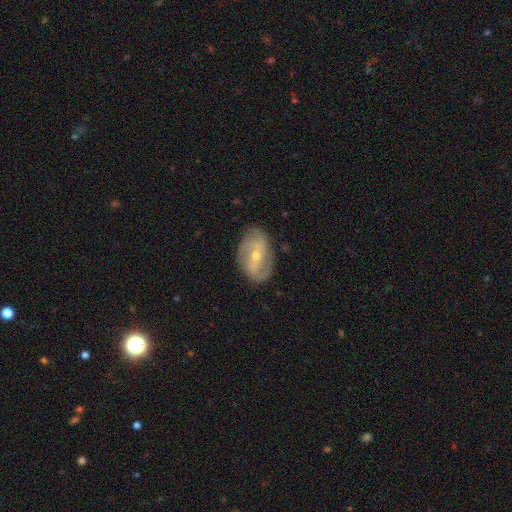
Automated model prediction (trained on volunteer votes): smooth-or-featured: featured or disk: 77% | smooth: 16% | star or artifact: 7%
  disk-edge-on: no: 95% | yes: 5%
    bar: weak: 41% | no: 31% | strong: 28%
    has-spiral-arms: yes: 88% | no: 12%
      spiral-winding: medium: 41% | tight: 36% | loose: 22%
      spiral-arm-count: 2: 64% | can't tell: 19% | 3: 9% | 1: 3% | 4: 3% | more than 4: 2%
    bulge-size: small: 56% | moderate: 41% | large: 1% | none: 1% | dominant: 1%
  merging: none: 77% | minor disturbance: 17% | major disturbance: 5% | merger: 1%